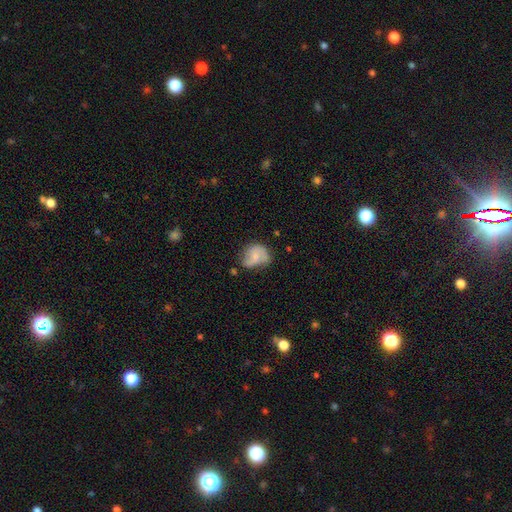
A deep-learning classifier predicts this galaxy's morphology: Smooth or featured?
  - featured or disk: 48% *
  - smooth: 44%
  - star or artifact: 8%
Merging?
  - none: 46% *
  - minor disturbance: 33%
  - major disturbance: 16%
  - merger: 5%